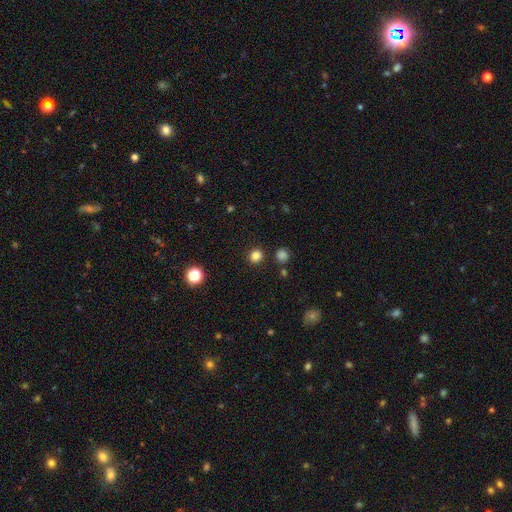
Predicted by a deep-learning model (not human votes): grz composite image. It shows a smooth galaxy with no disk features (82%) that is round (91%). Merging: none (90%).